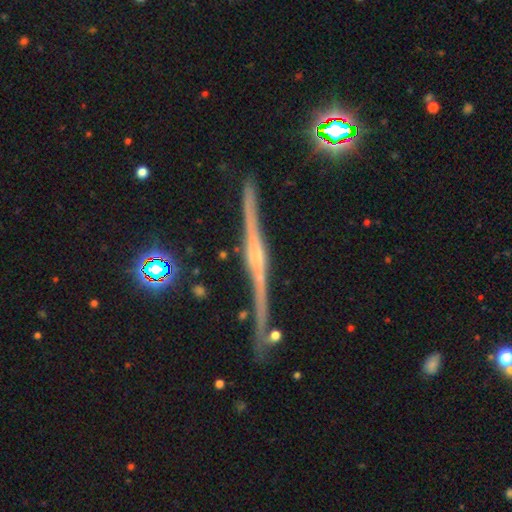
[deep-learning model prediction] featured or disk 87%, star or artifact 7%, smooth 6%. Down the decision tree: edge-on disk — yes (97%); edge-on bulge — rounded (69%); merging — none (84%).